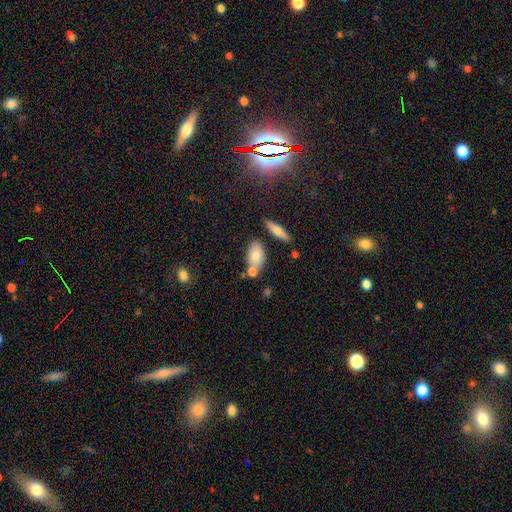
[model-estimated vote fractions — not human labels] Morphology: type=smooth (76%); roundness=in between (84%); merging=none (58%).